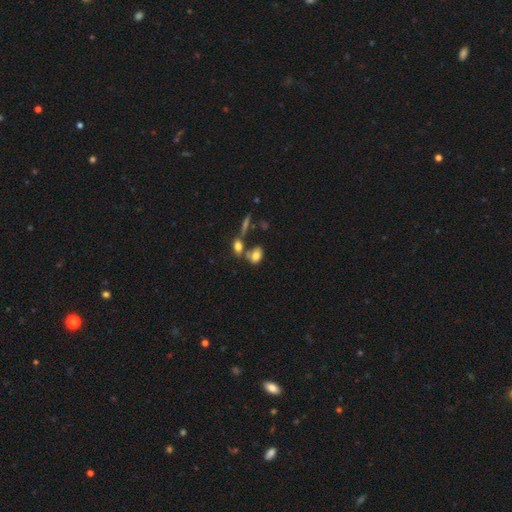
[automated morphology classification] Smooth or featured? smooth (76%)
How rounded? in between (81%)
Merging? none (50%)